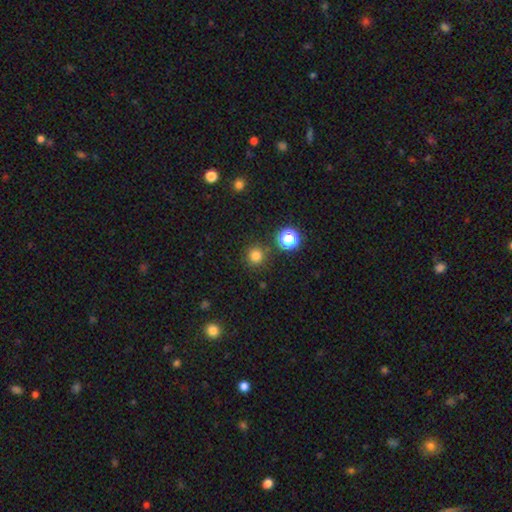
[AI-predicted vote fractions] Smooth or featured: smooth — 78% (star or artifact — 18%)
How rounded: round — 95% (in between — 4%)
Merging: none — 88% (minor disturbance — 6%)